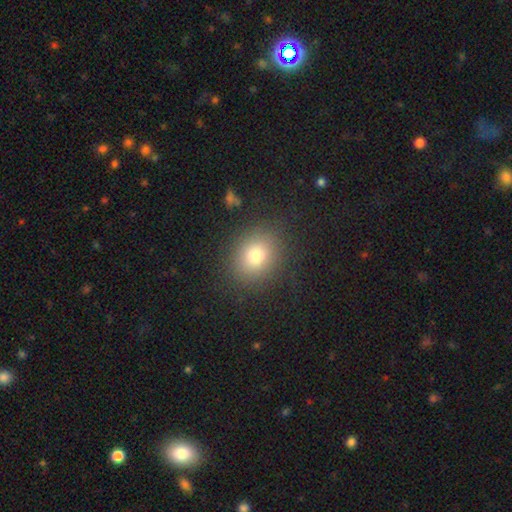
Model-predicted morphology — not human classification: This is likely a smooth galaxy (78%). How rounded: likely round (64%). Merging: clearly none (87%).